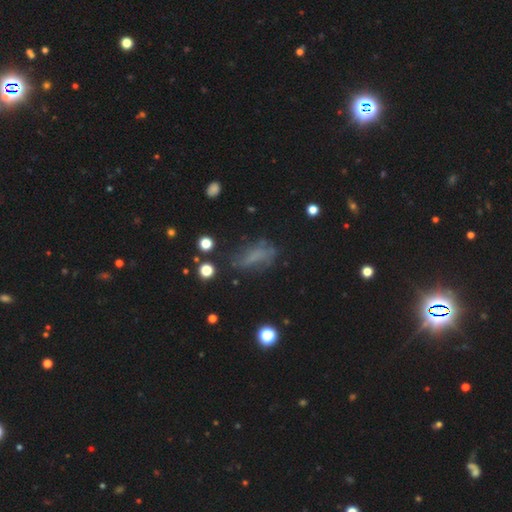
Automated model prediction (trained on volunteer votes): Smooth or featured? smooth (52%)
How rounded? in between (68%)
Merging? none (49%)